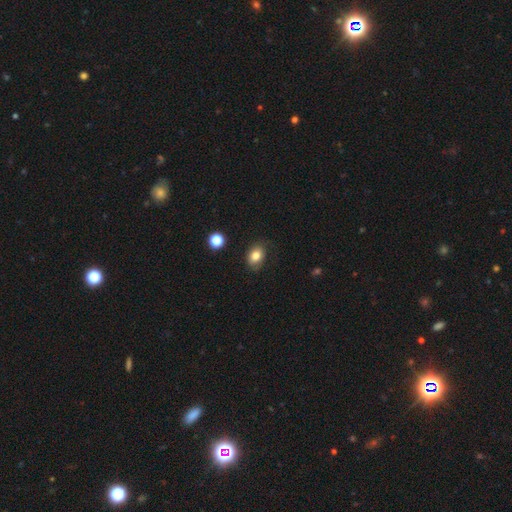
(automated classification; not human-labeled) Smooth or featured?
  - smooth: 82% *
  - star or artifact: 10%
  - featured or disk: 8%
How rounded?
  - in between: 71% *
  - round: 28%
  - cigar-shaped: 1%
Merging?
  - none: 81% *
  - minor disturbance: 14%
  - major disturbance: 3%
  - merger: 2%